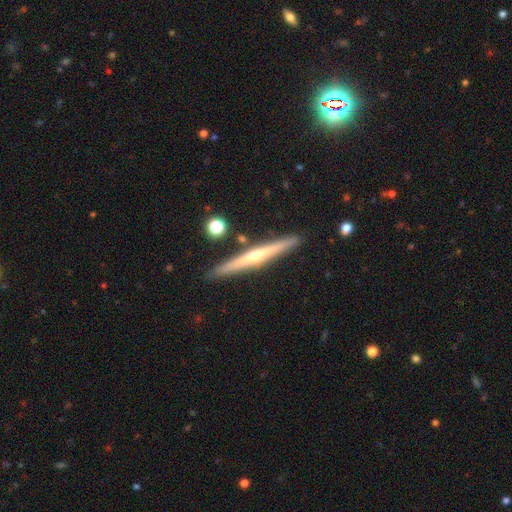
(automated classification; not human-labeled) Smooth or featured? featured or disk (69%)
Edge-on disk? yes (98%)
Edge-on bulge? rounded (75%)
Merging? none (90%)